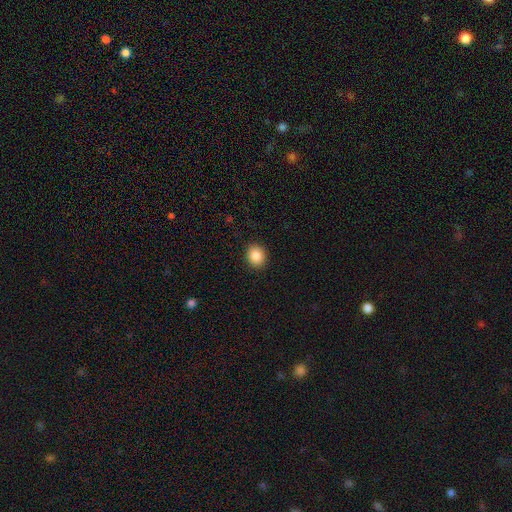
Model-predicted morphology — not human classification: The model was most divided on "how rounded": round: 69%, in between: 30%, cigar-shaped: 1%. More confident: merging — none (91%); smooth or featured — smooth (88%).